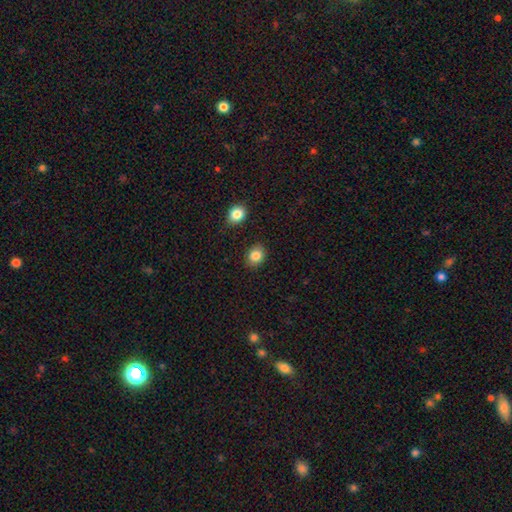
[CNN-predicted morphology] type=smooth (85%); roundness=in between (53%); merging=none (85%).